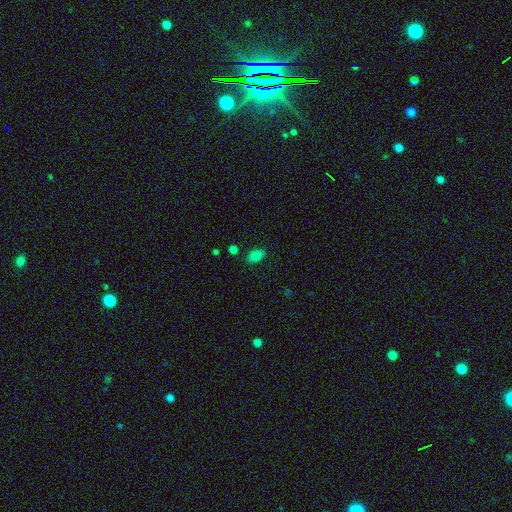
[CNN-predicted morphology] Smooth or featured? Predicted: smooth (p=0.81). How rounded? Predicted: in between (p=0.86). Merging? Predicted: none (p=0.81).